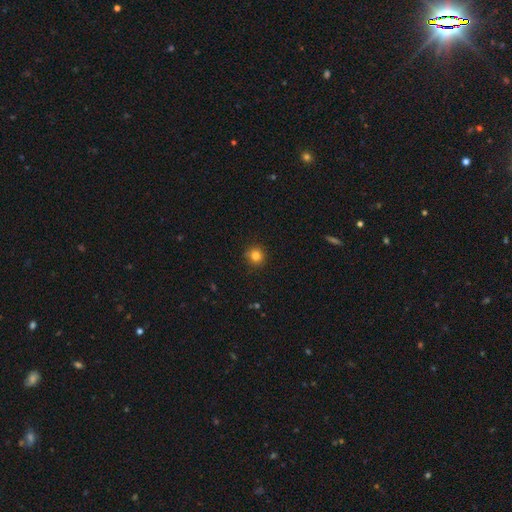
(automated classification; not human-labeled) Smooth or featured?
  - smooth: 82% *
  - star or artifact: 13%
  - featured or disk: 5%
How rounded?
  - round: 92% *
  - in between: 7%
  - cigar-shaped: 1%
Merging?
  - none: 90% *
  - minor disturbance: 7%
  - major disturbance: 2%
  - merger: 1%